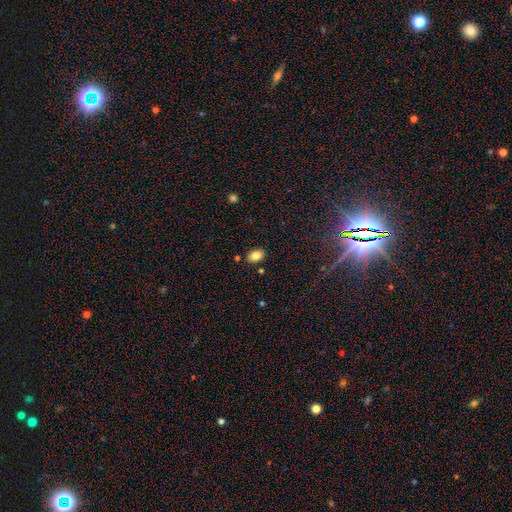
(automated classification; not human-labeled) This is clearly a smooth galaxy (84%). How rounded: clearly in between (86%). Merging: clearly none (84%).